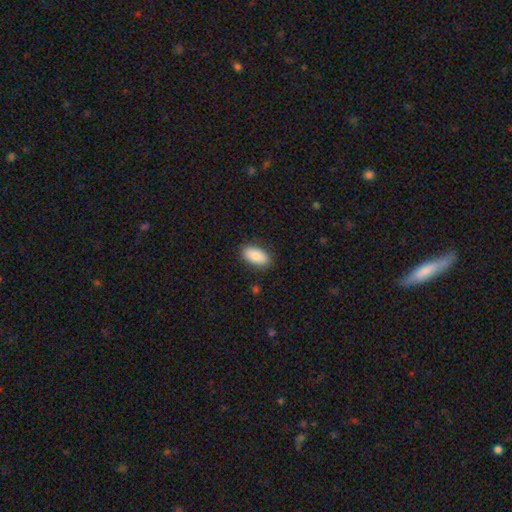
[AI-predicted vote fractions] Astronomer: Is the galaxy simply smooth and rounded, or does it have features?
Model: smooth — 85%.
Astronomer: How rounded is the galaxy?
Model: in between — 93%.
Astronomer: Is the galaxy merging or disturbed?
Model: none — 86%.